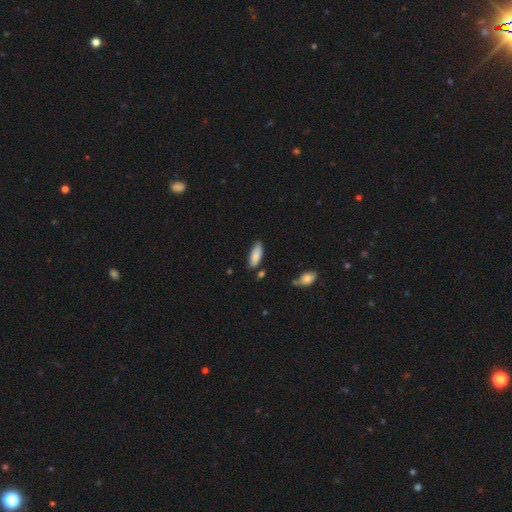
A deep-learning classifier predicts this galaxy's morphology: The model was most divided on "how rounded": in between: 75%, cigar-shaped: 24%, round: 2%. More confident: smooth or featured — smooth (87%); merging — none (74%).